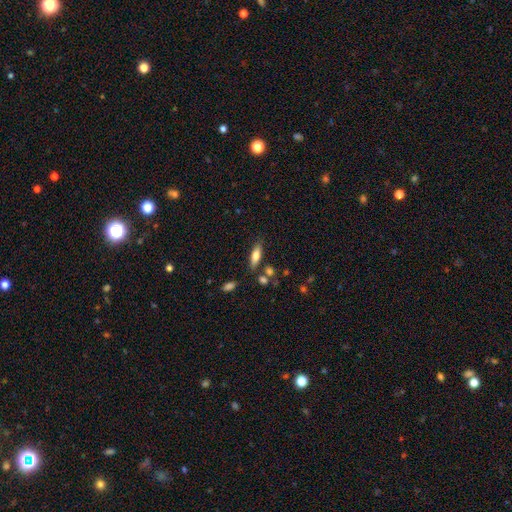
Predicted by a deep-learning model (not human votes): smooth 72%, featured or disk 21%, star or artifact 7%. Down the decision tree: how rounded — in between (61%); merging — none (77%).